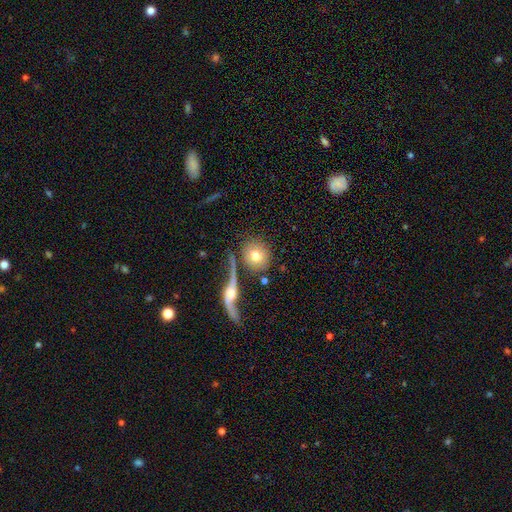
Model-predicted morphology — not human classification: Q: Smooth or featured?
A: smooth (68%); runner-up: featured or disk (24%)
Q: How rounded?
A: round (84%); runner-up: in between (13%)
Q: Merging?
A: none (69%); runner-up: merger (16%)